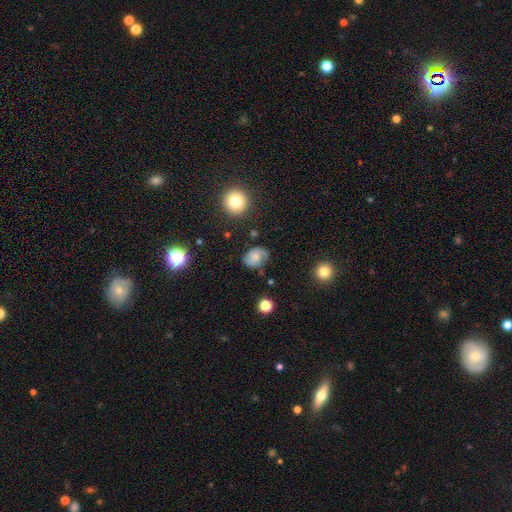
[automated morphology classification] This is likely a featured or disk galaxy (60%). It is clearly not viewed edge-on (97%). Bar: likely no (66%). Spiral arm pattern: clearly yes (91%). Spiral arm count: likely 2 (76%). Spiral winding: possibly medium (46%). Central bulge: marginally small (42%). Merging: likely none (64%).